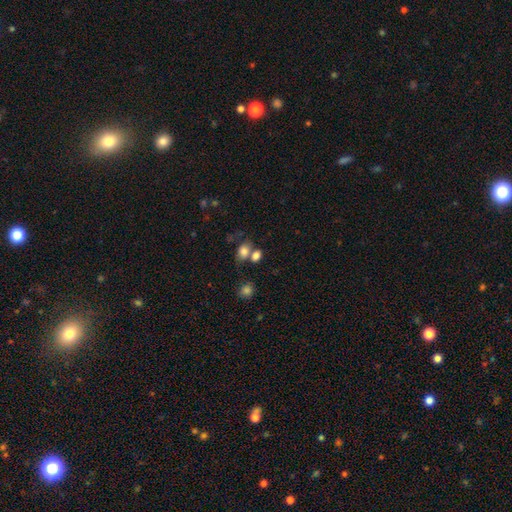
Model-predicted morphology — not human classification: A smooth galaxy with no disk features (79%) that is in between round and cigar-shaped (67%).

Vote fractions:
- Smooth or featured? smooth: 79% / star or artifact: 11% / featured or disk: 9%
- How rounded? in between: 67% / round: 31% / cigar-shaped: 2%
- Merging? none: 42% / merger: 40% / minor disturbance: 12% / major disturbance: 6%